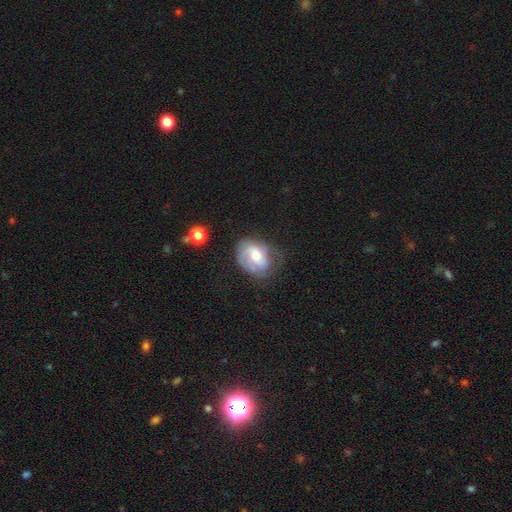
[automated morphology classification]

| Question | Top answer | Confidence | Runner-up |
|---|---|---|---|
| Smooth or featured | featured or disk | 55% | smooth (38%) |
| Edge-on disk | no | 96% | yes (4%) |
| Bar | no | 54% | weak (37%) |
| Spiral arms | yes | 75% | no (25%) |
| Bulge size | moderate | 57% | small (30%) |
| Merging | none | 50% | minor disturbance (29%) |